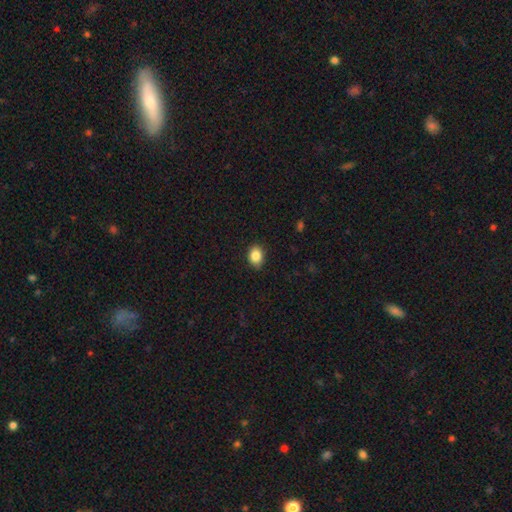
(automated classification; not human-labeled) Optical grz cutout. It shows a smooth galaxy with no disk features (86%) that is in between round and cigar-shaped (63%). Merging: none (87%).